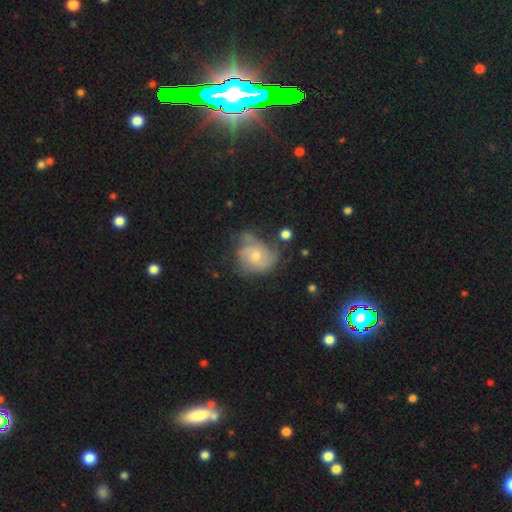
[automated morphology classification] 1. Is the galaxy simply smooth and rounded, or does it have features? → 64% featured or disk, 26% smooth, 10% star or artifact.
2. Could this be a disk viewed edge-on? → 97% no, 3% yes.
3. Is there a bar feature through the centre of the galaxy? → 76% no, 20% weak, 3% strong.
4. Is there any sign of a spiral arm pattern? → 83% yes, 17% no.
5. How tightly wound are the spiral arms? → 44% tight, 38% medium, 18% loose.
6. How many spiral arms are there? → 34% can't tell, 25% 3, 24% 2, 7% 1, 6% 4, 4% more than 4.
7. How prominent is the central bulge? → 50% small, 45% moderate, 2% none, 2% large, 1% dominant.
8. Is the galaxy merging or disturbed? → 45% none, 29% minor disturbance, 20% major disturbance, 6% merger.